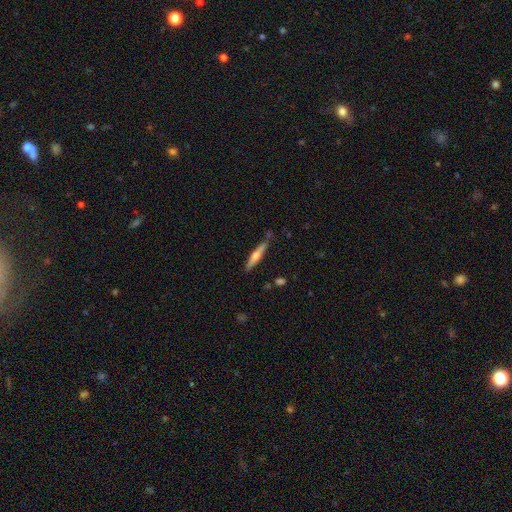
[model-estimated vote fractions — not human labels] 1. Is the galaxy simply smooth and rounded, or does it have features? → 48% featured or disk, 47% smooth, 6% star or artifact.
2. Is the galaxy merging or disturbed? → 79% none, 14% minor disturbance, 4% merger, 3% major disturbance.